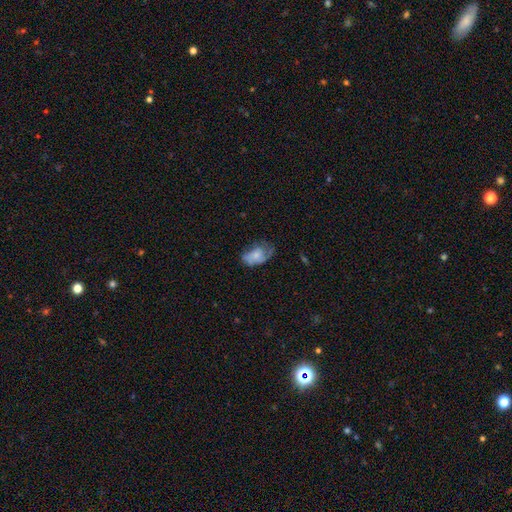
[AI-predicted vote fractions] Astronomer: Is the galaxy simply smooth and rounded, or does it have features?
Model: smooth — 53% (runner-up: featured or disk, 39%).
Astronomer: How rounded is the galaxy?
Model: in between — 90%.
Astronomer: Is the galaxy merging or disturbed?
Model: none — 38% (runner-up: minor disturbance, 32%).